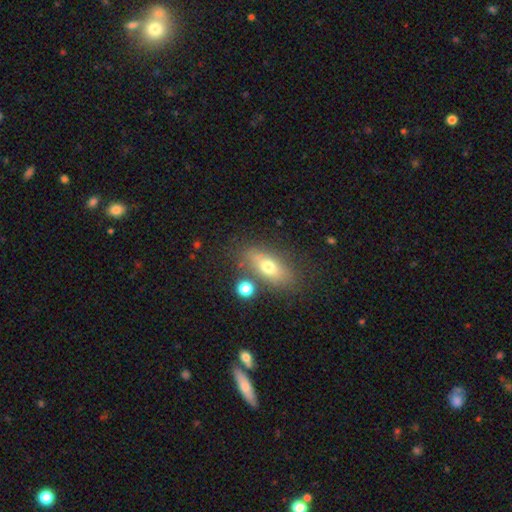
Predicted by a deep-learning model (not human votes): smooth 59%, featured or disk 30%, star or artifact 11%. Down the decision tree: how rounded — in between (73%); merging — none (73%).